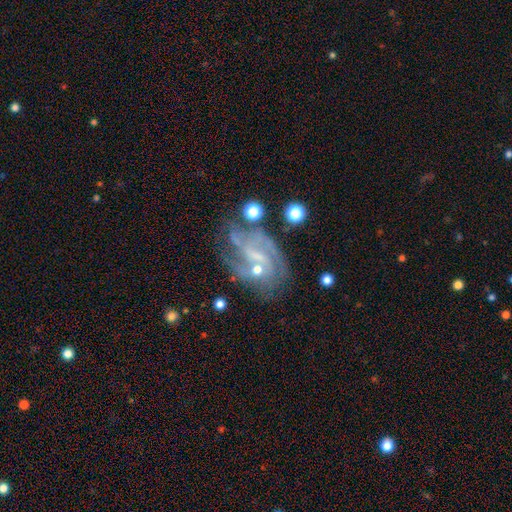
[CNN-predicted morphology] This appears to be a featured or disk galaxy (79%) with a weak bar (45%), tight (43%) spiral arms (91%) and a small central bulge (61%). Merging: none (53%).